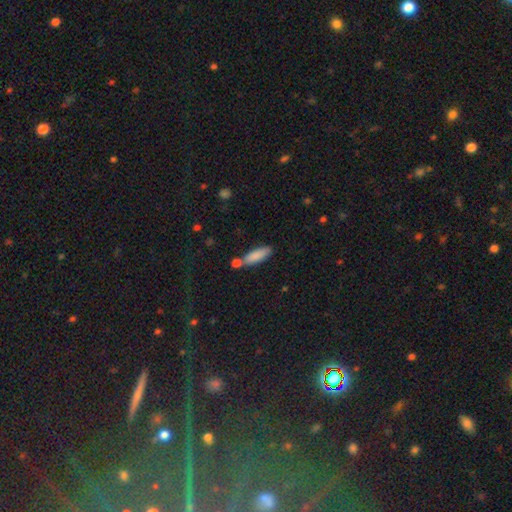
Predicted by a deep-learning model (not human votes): Overall: smooth (84%). How rounded: cigar-shaped (49%, tied with in between). Merging: none (58%; merger 23%).